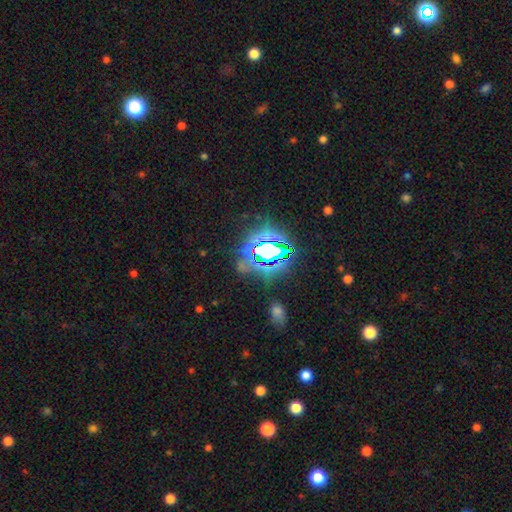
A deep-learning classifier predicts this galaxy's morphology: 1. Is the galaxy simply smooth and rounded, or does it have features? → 80% star or artifact, 12% smooth, 9% featured or disk.